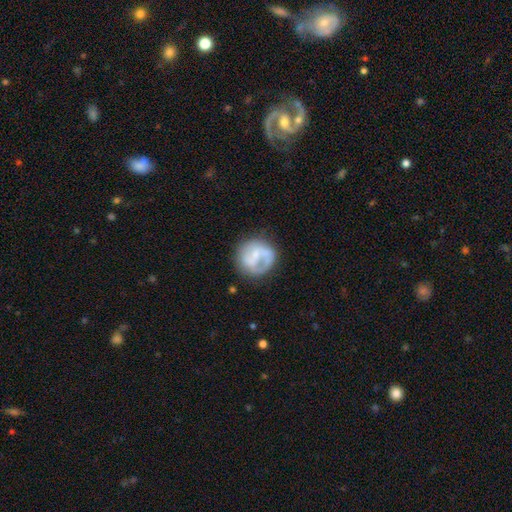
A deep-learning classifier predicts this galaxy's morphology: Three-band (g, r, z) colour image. It shows a featured or disk galaxy (56%) with no bar (45%), spiral arms (67%) and a small central bulge (46%). Merging: none (61%).